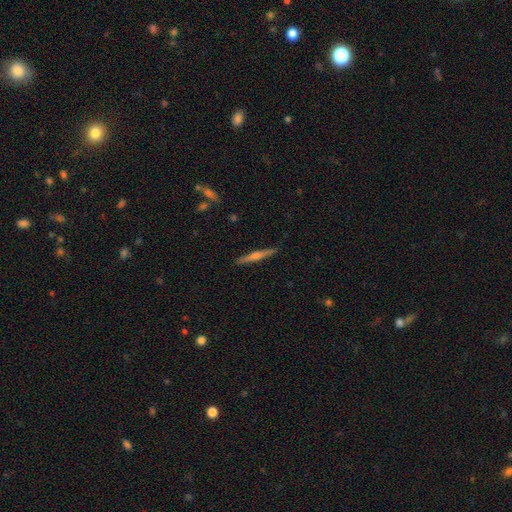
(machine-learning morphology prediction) Smooth or featured? Predicted: featured or disk (p=0.67). Edge-on disk? Predicted: yes (p=0.98). Edge-on bulge? Predicted: rounded (p=0.80). Merging? Predicted: none (p=0.91).